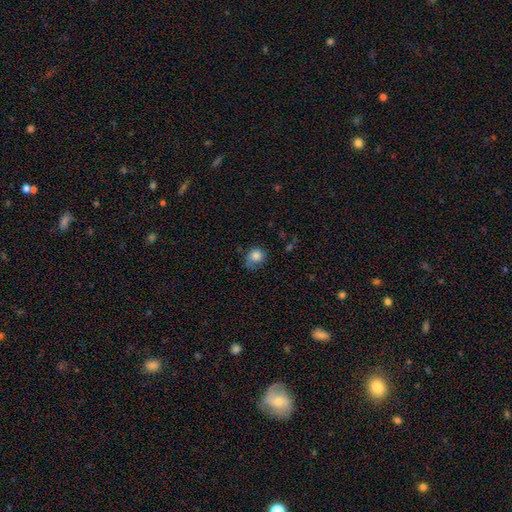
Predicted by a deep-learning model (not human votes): Smooth or featured? smooth (80%)
How rounded? round (69%)
Merging? none (53%)